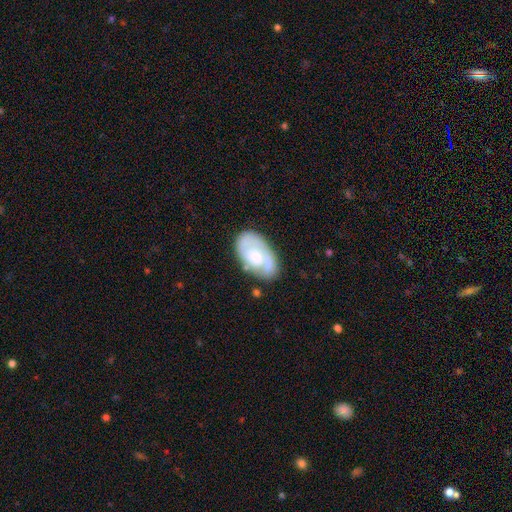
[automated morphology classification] A featured or disk galaxy (60%) with no bar (70%), spiral arms (70%) and a moderate central bulge (44%).

Vote fractions:
- Smooth or featured? featured or disk: 60% / smooth: 35% / star or artifact: 6%
- Edge-on disk? no: 95% / yes: 5%
- Bar? no: 70% / weak: 25% / strong: 5%
- Spiral arms? yes: 70% / no: 30%
- Bulge size? moderate: 44% / small: 25% / large: 20% / none: 9% / dominant: 3%
- Merging? none: 66% / minor disturbance: 22% / major disturbance: 8% / merger: 4%